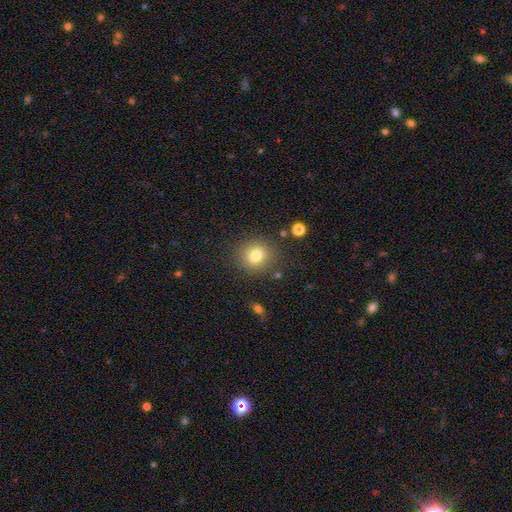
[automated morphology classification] type=smooth (78%); roundness=round (81%); merging=none (84%).